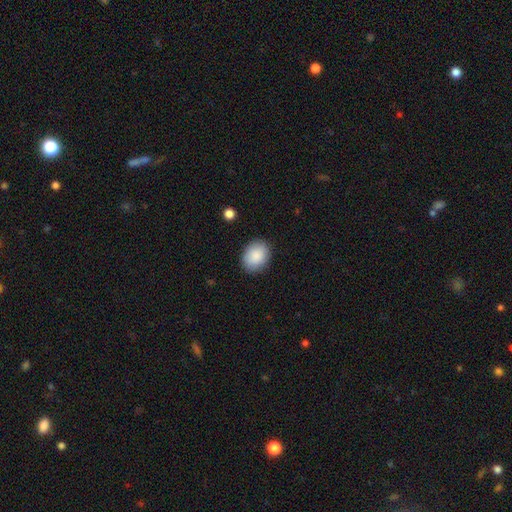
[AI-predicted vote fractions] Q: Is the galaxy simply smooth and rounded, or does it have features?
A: smooth — 89%.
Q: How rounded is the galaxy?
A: in between — 60%.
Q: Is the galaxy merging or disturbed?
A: none — 87%.